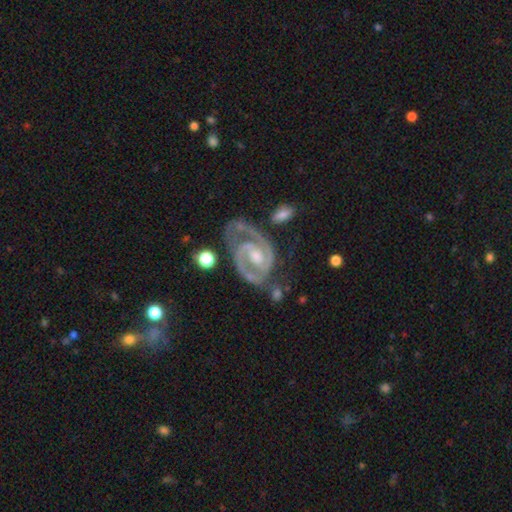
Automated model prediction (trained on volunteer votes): Smooth or featured: featured or disk — 92% (star or artifact — 4%)
Edge-on disk: no — 98% (yes — 2%)
Bar: no — 44% (weak — 42%)
Spiral arms: yes — 97% (no — 3%)
Spiral winding: tight — 54% (medium — 40%)
Spiral arm count: 2 — 82% (1 — 5%)
Bulge size: moderate — 52% (small — 34%)
Merging: none — 56% (minor disturbance — 23%)